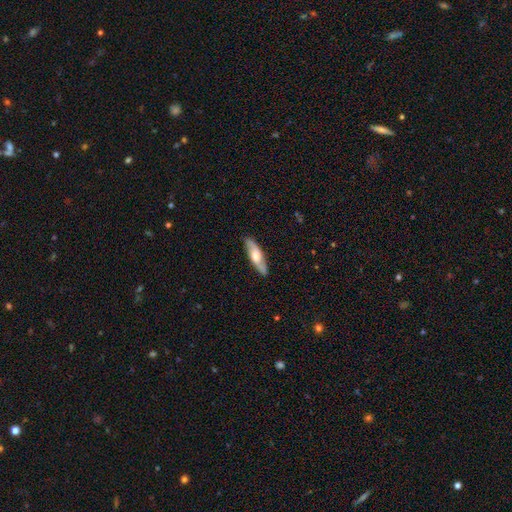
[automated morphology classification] A featured or disk galaxy (53%).

Vote fractions:
- Smooth or featured? featured or disk: 53% / smooth: 42% / star or artifact: 5%
- Edge-on disk? no: 53% / yes: 47%
- Merging? none: 87% / minor disturbance: 10% / major disturbance: 2% / merger: 1%